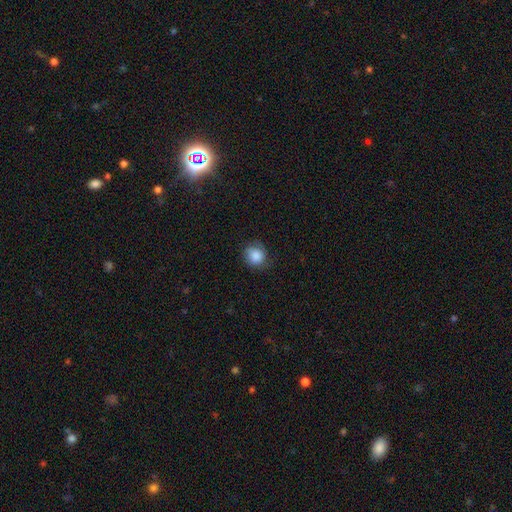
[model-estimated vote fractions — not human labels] Smooth or featured?
  - smooth: 83% *
  - featured or disk: 9%
  - star or artifact: 8%
How rounded?
  - round: 82% *
  - in between: 17%
  - cigar-shaped: 1%
Merging?
  - none: 70% *
  - minor disturbance: 22%
  - major disturbance: 6%
  - merger: 1%